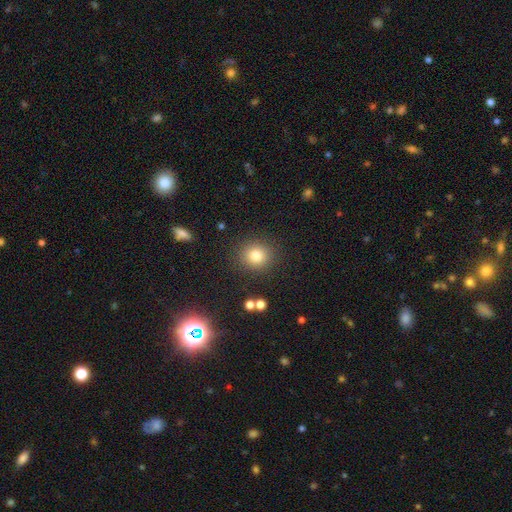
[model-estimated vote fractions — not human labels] The model was most divided on "smooth or featured": smooth: 80%, star or artifact: 13%, featured or disk: 7%. More confident: merging — none (88%); how rounded — round (87%).